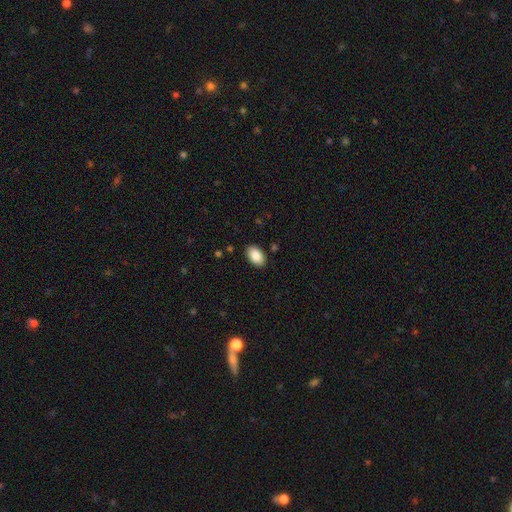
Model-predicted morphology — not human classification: smooth_or_featured: smooth (p=0.88) [alt: star or artifact p=0.07]
how_rounded: in between (p=0.93) [alt: round p=0.06]
merging: none (p=0.89) [alt: minor disturbance p=0.08]